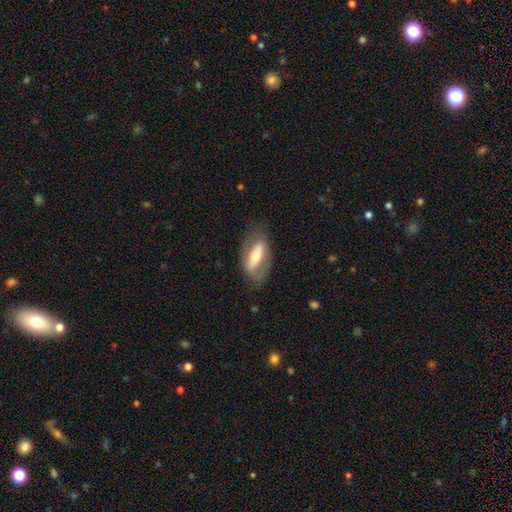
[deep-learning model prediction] The model was most divided on "smooth or featured": featured or disk: 58%, smooth: 36%, star or artifact: 6%. More confident: edge-on disk — no (74%); merging — none (72%).